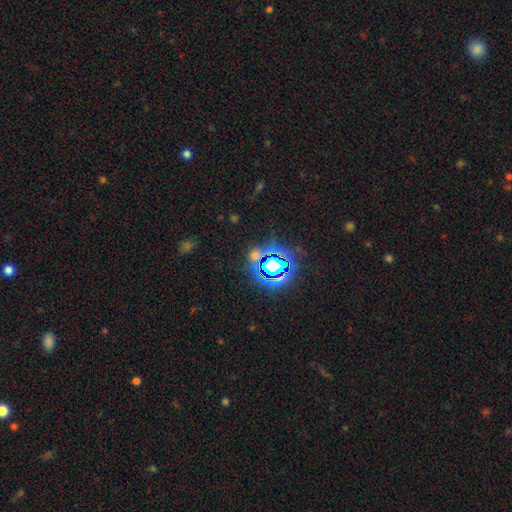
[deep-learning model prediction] smooth-or-featured: star or artifact: 69% | smooth: 22% | featured or disk: 9%